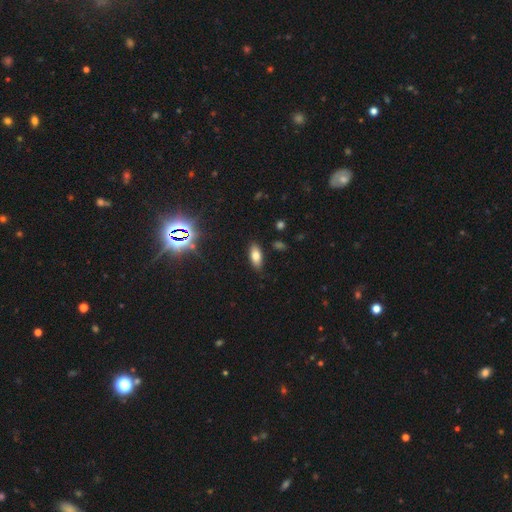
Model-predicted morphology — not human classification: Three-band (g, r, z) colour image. It shows a smooth galaxy with no disk features (76%) that is in between round and cigar-shaped (84%). Merging: none (84%).